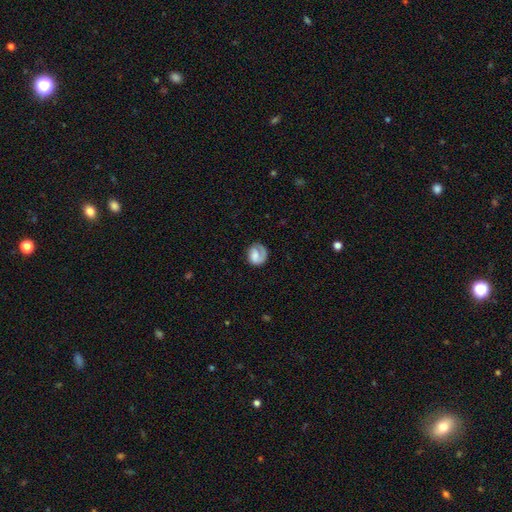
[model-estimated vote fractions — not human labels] Q: Smooth or featured?
A: featured or disk (48%); runner-up: smooth (45%)
Q: Merging?
A: none (60%); runner-up: minor disturbance (19%)